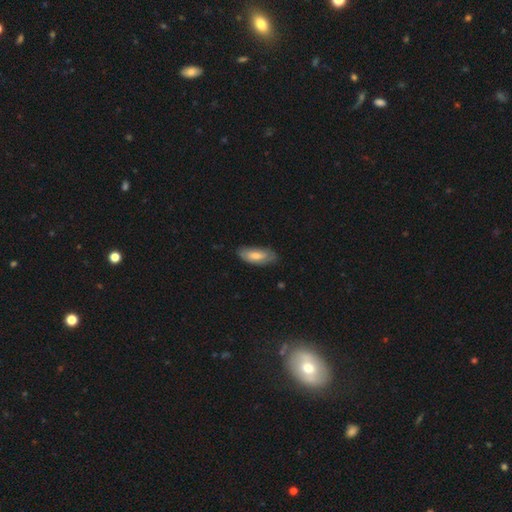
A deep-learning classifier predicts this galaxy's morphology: Overall: smooth (65%; featured or disk 29%). How rounded: in between (81%). Merging: none (72%).